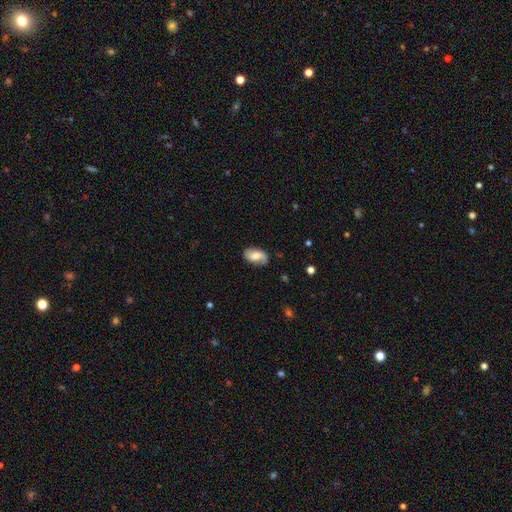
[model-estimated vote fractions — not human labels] Smooth or featured? Predicted: smooth (p=0.47). Merging? Predicted: none (p=0.72).